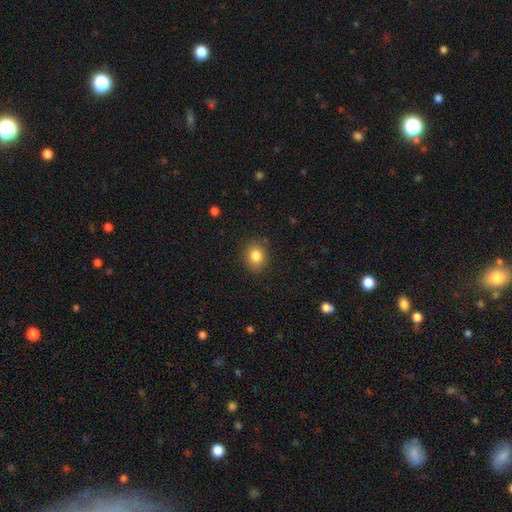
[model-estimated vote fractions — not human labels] Smooth or featured: smooth — 83% (star or artifact — 11%)
How rounded: round — 68% (in between — 31%)
Merging: none — 85% (minor disturbance — 11%)